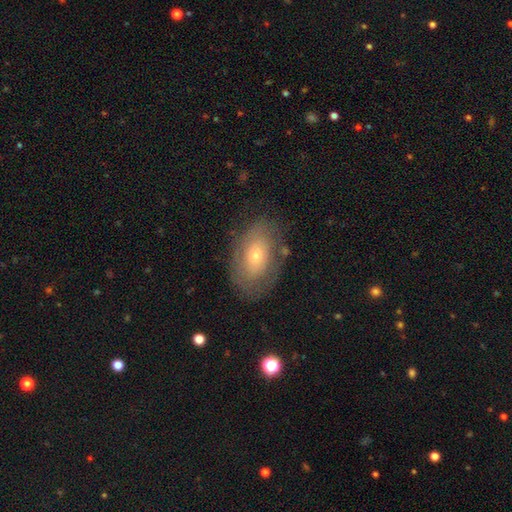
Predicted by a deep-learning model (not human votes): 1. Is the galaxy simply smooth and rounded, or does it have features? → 49% smooth, 43% featured or disk, 8% star or artifact.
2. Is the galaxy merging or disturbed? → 73% none, 18% minor disturbance, 8% major disturbance, 2% merger.